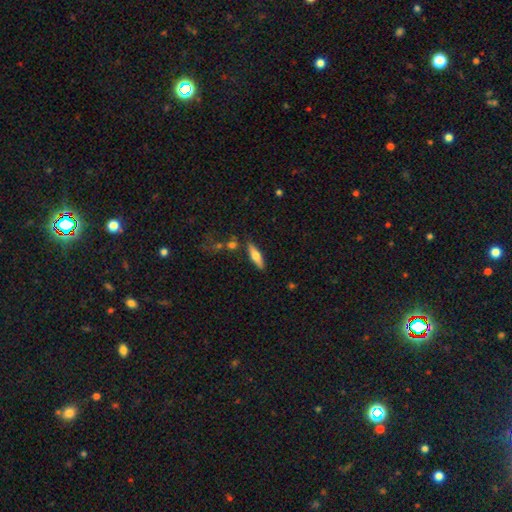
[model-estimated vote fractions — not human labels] Smooth or featured? Predicted: smooth (p=0.59). How rounded? Predicted: cigar-shaped (p=0.59). Merging? Predicted: none (p=0.80).